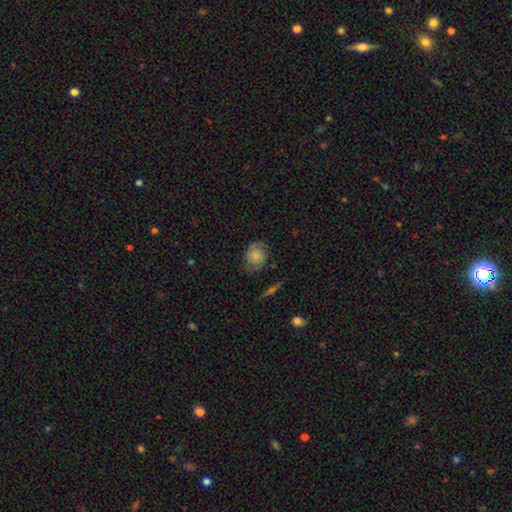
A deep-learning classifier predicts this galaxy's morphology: This is possibly a smooth galaxy (45%, tied with featured or disk). Merging: likely none (68%).